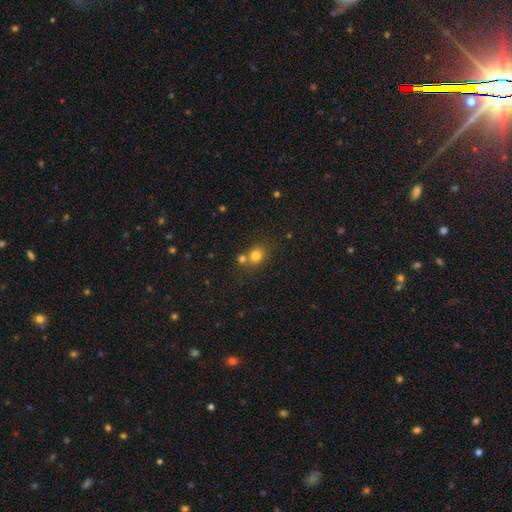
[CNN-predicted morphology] A smooth galaxy with no disk features (78%) that is round (72%). Merging: none (55%).